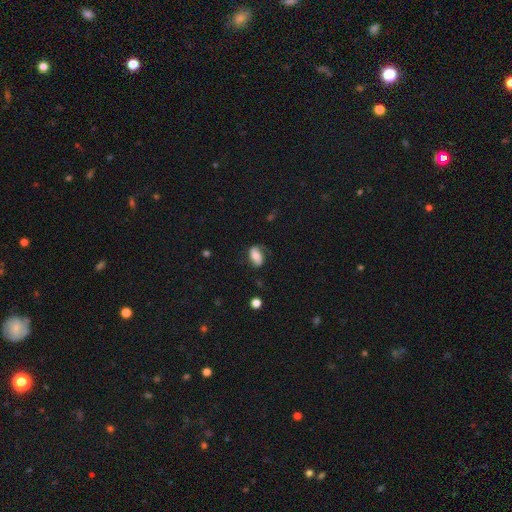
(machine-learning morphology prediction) Smooth or featured: smooth — 55% (featured or disk — 36%)
How rounded: in between — 88% (round — 9%)
Merging: none — 58% (minor disturbance — 26%)